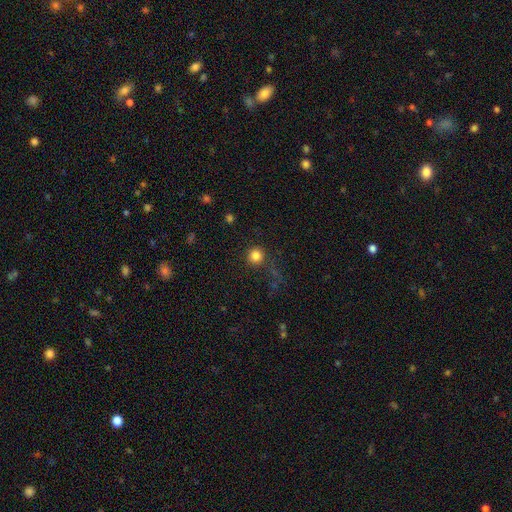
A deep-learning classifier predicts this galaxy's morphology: Smooth or featured? Predicted: smooth (p=0.83). How rounded? Predicted: round (p=0.95). Merging? Predicted: none (p=0.84).